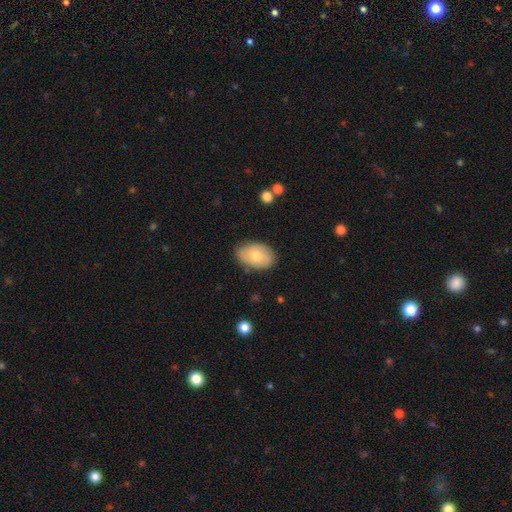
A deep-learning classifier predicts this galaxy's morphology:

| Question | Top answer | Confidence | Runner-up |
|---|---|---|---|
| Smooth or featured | smooth | 72% | featured or disk (21%) |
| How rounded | in between | 87% | round (11%) |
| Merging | none | 81% | minor disturbance (15%) |